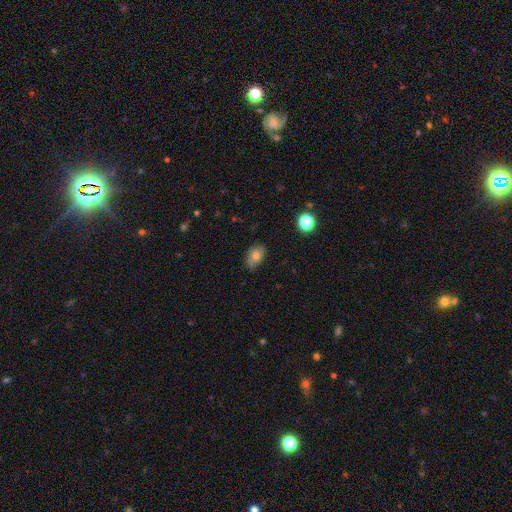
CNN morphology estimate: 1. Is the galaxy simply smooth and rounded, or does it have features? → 77% smooth, 13% featured or disk, 10% star or artifact.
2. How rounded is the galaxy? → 87% in between, 11% round, 2% cigar-shaped.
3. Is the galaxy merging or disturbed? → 80% none, 16% minor disturbance, 3% major disturbance, 1% merger.